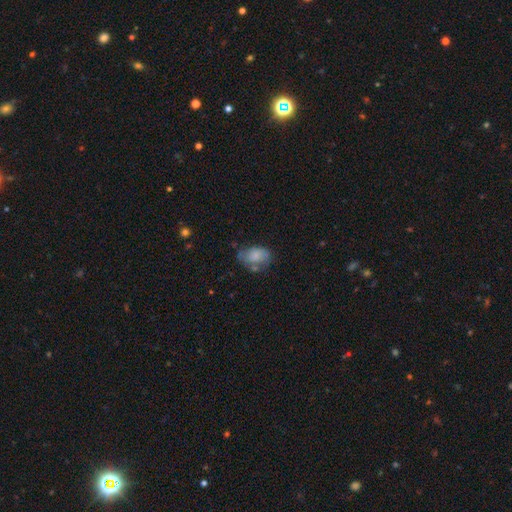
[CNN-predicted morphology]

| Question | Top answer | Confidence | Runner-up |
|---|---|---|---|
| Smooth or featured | smooth | 71% | featured or disk (21%) |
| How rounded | in between | 81% | round (17%) |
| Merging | none | 47% | minor disturbance (30%) |